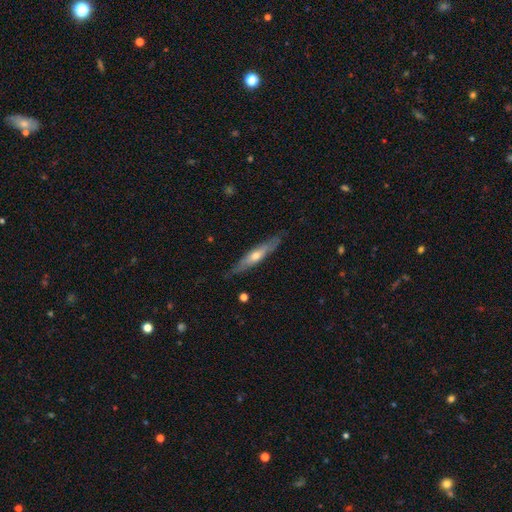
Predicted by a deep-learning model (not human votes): Smooth or featured? featured or disk (55%)
Edge-on disk? yes (82%)
Merging? none (83%)